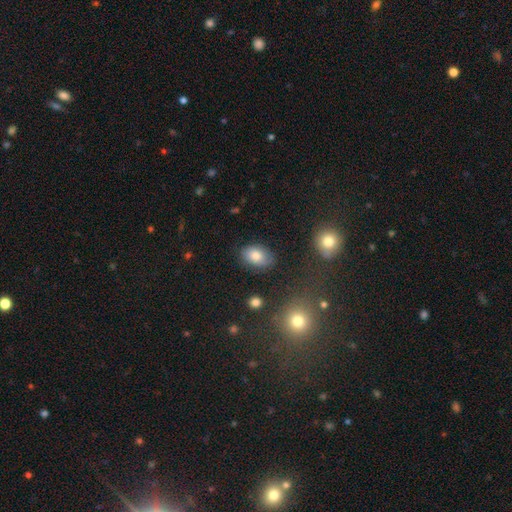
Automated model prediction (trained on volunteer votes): The model was most divided on "merging": none: 78%, minor disturbance: 16%, major disturbance: 4%, merger: 2%. More confident: how rounded — in between (87%); smooth or featured — smooth (79%).